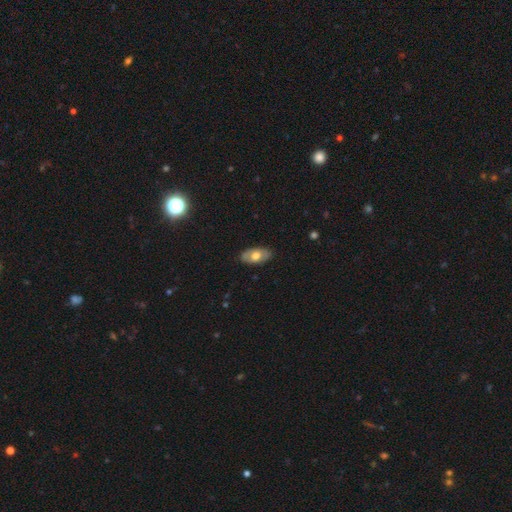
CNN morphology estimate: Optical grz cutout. It shows a smooth galaxy with no disk features (53%) that is in between round and cigar-shaped (93%). Merging: none (82%).